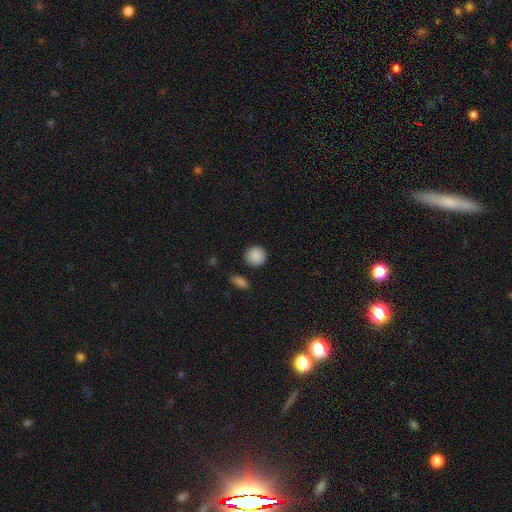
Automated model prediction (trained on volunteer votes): Overall: smooth (88%). How rounded: round (92%). Merging: none (87%).